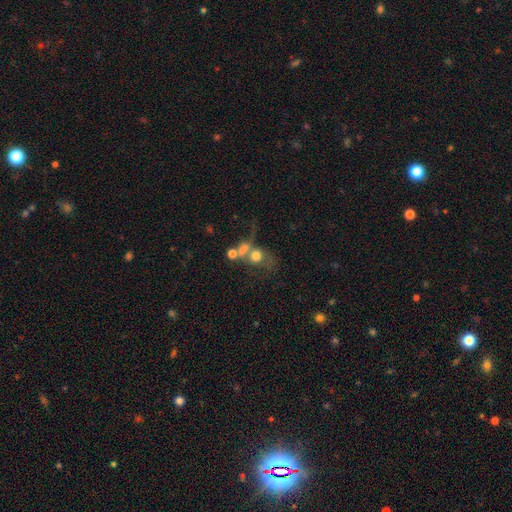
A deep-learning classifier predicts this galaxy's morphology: Overall: smooth (60%; featured or disk 25%). How rounded: round (61%; in between 36%). Merging: merger (50%; major disturbance 22%).